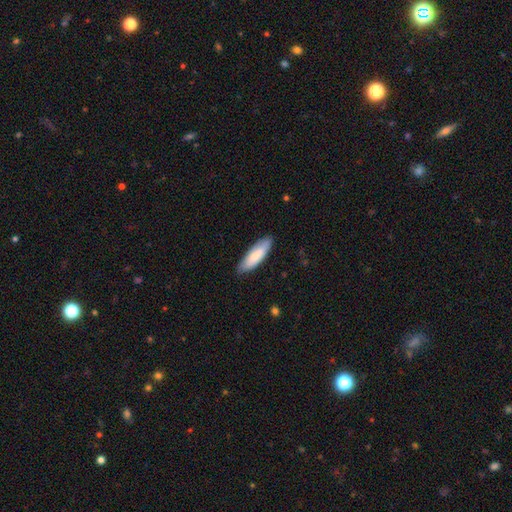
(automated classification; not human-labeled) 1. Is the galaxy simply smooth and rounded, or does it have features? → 79% smooth, 15% featured or disk, 5% star or artifact.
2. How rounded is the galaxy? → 50% in between, 49% cigar-shaped, 1% round.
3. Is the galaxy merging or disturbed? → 84% none, 13% minor disturbance, 2% major disturbance, 1% merger.